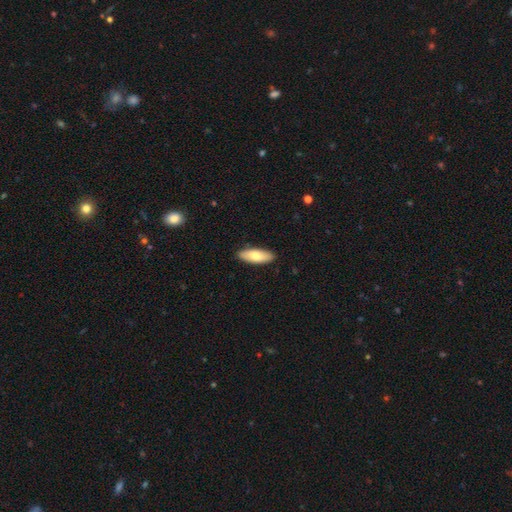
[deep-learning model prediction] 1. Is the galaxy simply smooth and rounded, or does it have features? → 77% smooth, 18% featured or disk, 5% star or artifact.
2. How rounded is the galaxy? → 72% in between, 26% cigar-shaped, 2% round.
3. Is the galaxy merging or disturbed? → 89% none, 8% minor disturbance, 2% major disturbance, 1% merger.